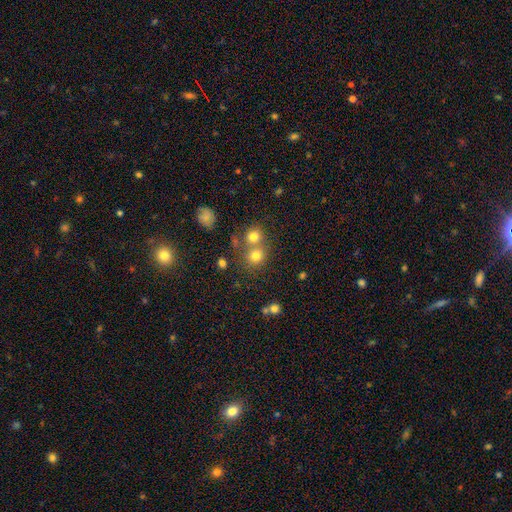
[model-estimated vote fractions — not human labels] Morphology: type=smooth (75%); roundness=round (83%); merging=none (50%).